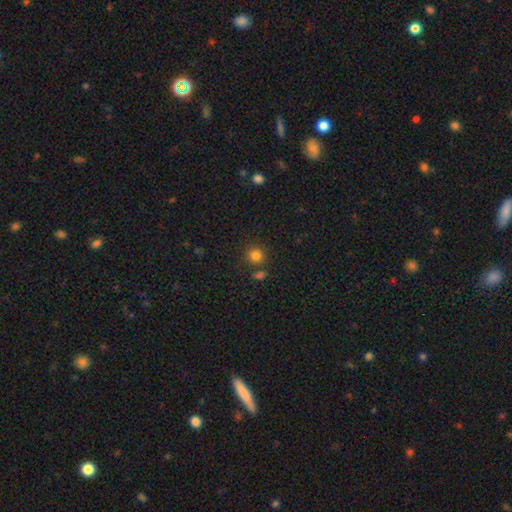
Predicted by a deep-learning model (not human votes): smooth_or_featured: smooth (p=0.81) [alt: star or artifact p=0.14]
how_rounded: round (p=0.88) [alt: in between p=0.11]
merging: none (p=0.74) [alt: merger p=0.12]